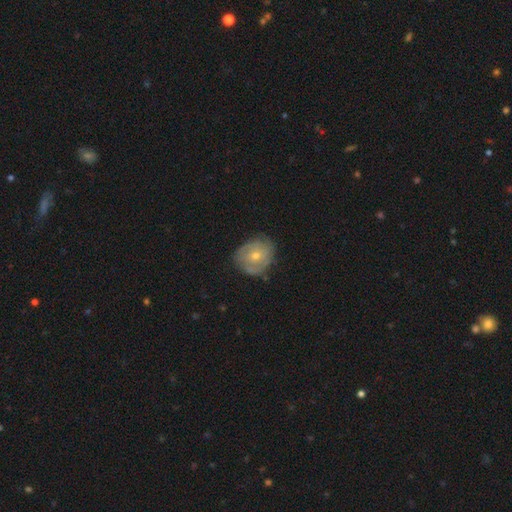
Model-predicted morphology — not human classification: A featured or disk galaxy (57%) with no bar (78%), spiral arms (73%) and a small central bulge (51%).

Vote fractions:
- Smooth or featured? featured or disk: 57% / smooth: 34% / star or artifact: 9%
- Edge-on disk? no: 96% / yes: 4%
- Bar? no: 78% / weak: 19% / strong: 3%
- Spiral arms? yes: 73% / no: 27%
- Bulge size? small: 51% / moderate: 46% / large: 1% / none: 1% / dominant: 1%
- Merging? none: 71% / minor disturbance: 22% / major disturbance: 6% / merger: 1%